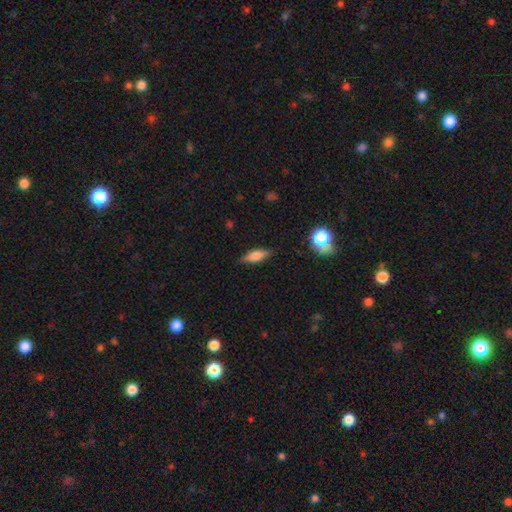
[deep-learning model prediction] Smooth or featured?
  - smooth: 61% *
  - featured or disk: 30%
  - star or artifact: 8%
How rounded?
  - in between: 54% *
  - cigar-shaped: 42%
  - round: 4%
Merging?
  - none: 85% *
  - minor disturbance: 11%
  - major disturbance: 3%
  - merger: 1%